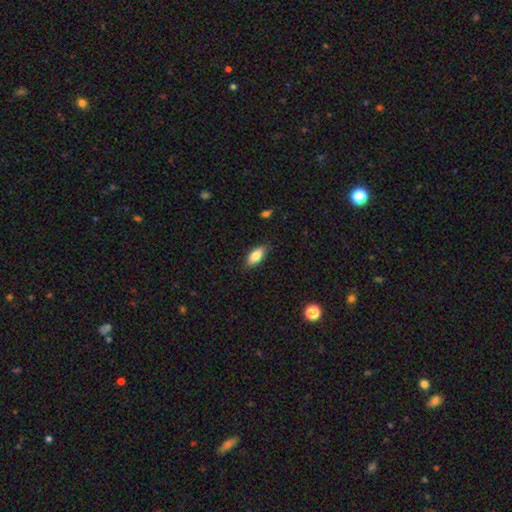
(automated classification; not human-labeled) smooth_or_featured: smooth (p=0.78) [alt: featured or disk p=0.15]
how_rounded: in between (p=0.84) [alt: cigar-shaped p=0.13]
merging: none (p=0.86) [alt: minor disturbance p=0.11]